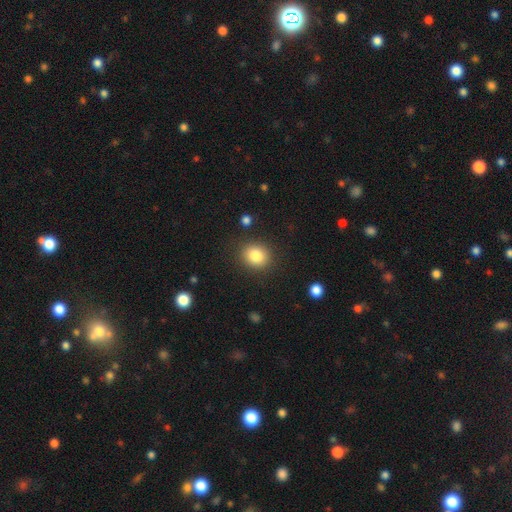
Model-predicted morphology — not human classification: Smooth or featured?
  - smooth: 84% *
  - star or artifact: 10%
  - featured or disk: 6%
How rounded?
  - round: 75% *
  - in between: 24%
  - cigar-shaped: 1%
Merging?
  - none: 87% *
  - minor disturbance: 8%
  - major disturbance: 3%
  - merger: 2%